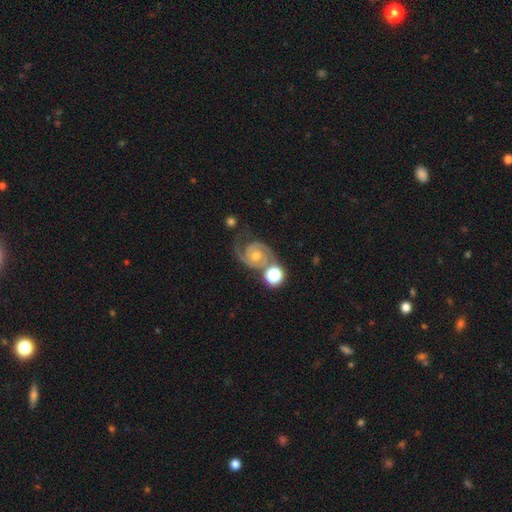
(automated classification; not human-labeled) Smooth or featured? Predicted: featured or disk (p=0.89). Edge-on disk? Predicted: no (p=0.98). Bar? Predicted: no (p=0.72). Spiral arms? Predicted: yes (p=0.98). Spiral winding? Predicted: tight (p=0.52). Spiral arm count? Predicted: 2 (p=0.89). Bulge size? Predicted: moderate (p=0.62). Merging? Predicted: none (p=0.64).